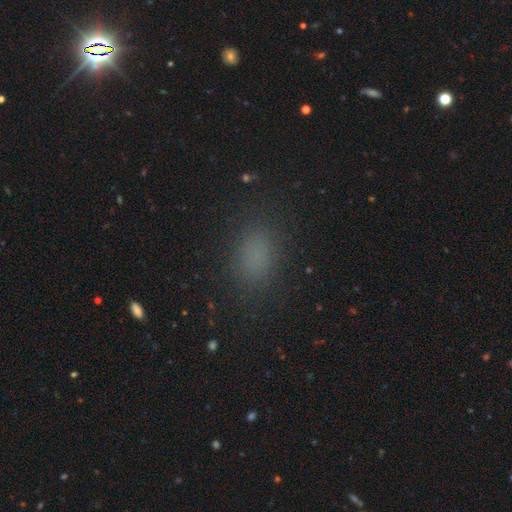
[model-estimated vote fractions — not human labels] This is likely a smooth galaxy (78%). How rounded: clearly in between (82%). Merging: clearly none (85%).